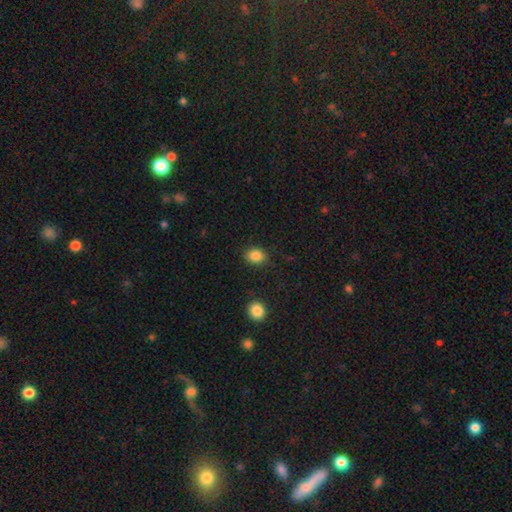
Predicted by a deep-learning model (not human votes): A smooth galaxy with no disk features (85%) that is round (50%). Merging: none (84%).